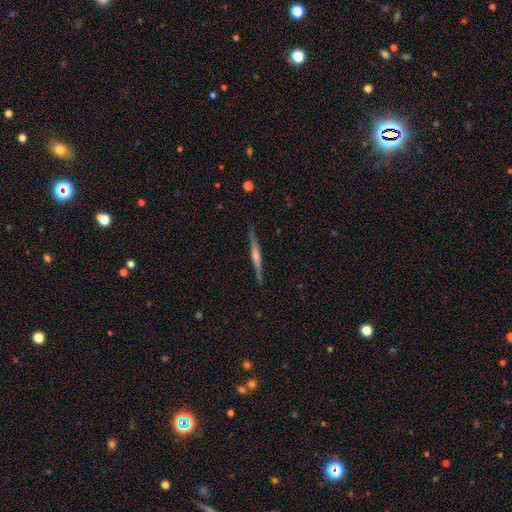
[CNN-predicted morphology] smooth_or_featured: featured or disk (p=0.79) [alt: smooth p=0.15]
disk_edge_on: yes (p=0.98) [alt: no p=0.02]
edge_on_bulge: rounded (p=0.72) [alt: none p=0.15]
merging: none (p=0.92) [alt: minor disturbance p=0.06]